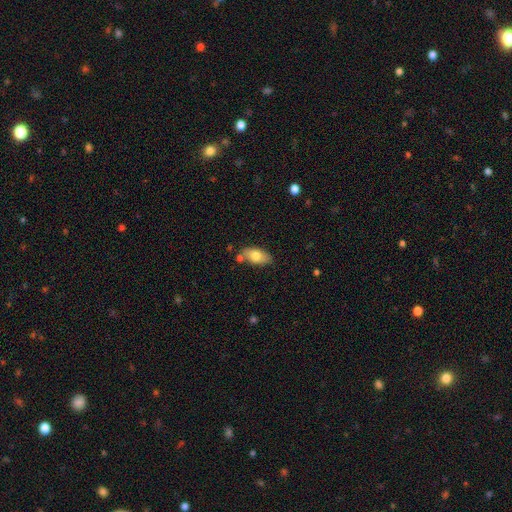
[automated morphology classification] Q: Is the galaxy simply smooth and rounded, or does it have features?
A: smooth — 75%.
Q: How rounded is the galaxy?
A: in between — 91%.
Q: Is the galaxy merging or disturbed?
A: none — 75%.